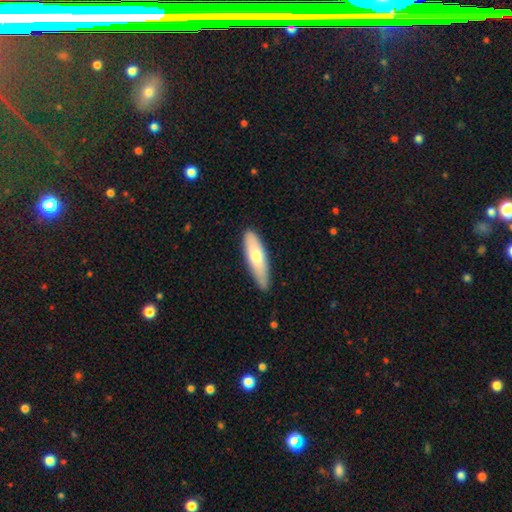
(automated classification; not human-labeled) Smooth or featured?
  - smooth: 66% *
  - featured or disk: 28%
  - star or artifact: 6%
How rounded?
  - cigar-shaped: 59% *
  - in between: 40%
  - round: 2%
Merging?
  - none: 77% *
  - minor disturbance: 19%
  - major disturbance: 3%
  - merger: 1%